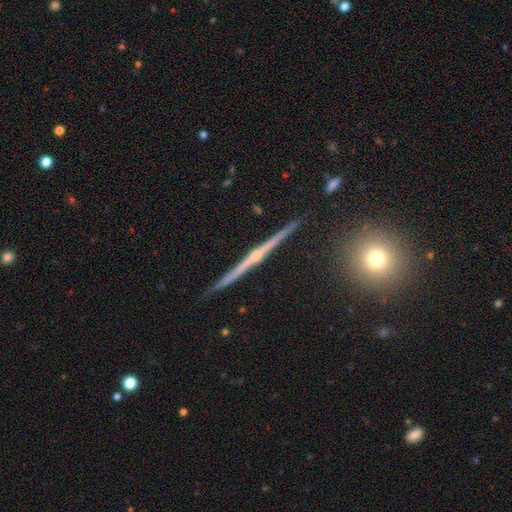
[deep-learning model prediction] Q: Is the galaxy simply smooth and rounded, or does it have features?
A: featured or disk — 86%.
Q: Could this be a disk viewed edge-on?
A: yes — 99%.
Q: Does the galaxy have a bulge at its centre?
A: rounded — 76%.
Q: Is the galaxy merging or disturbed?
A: none — 92%.